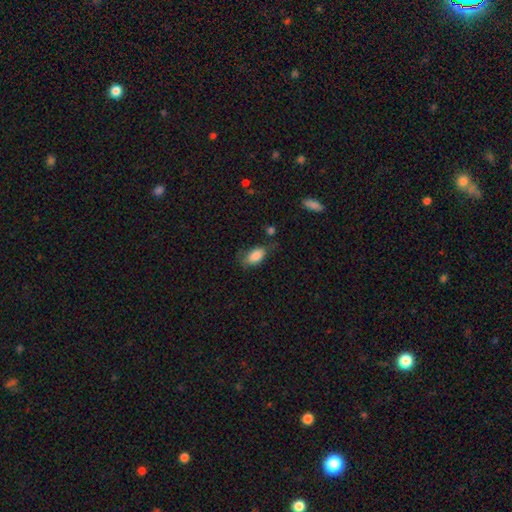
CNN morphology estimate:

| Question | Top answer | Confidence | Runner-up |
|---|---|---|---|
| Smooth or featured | smooth | 84% | featured or disk (9%) |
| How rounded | in between | 90% | cigar-shaped (5%) |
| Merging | none | 53% | minor disturbance (31%) |